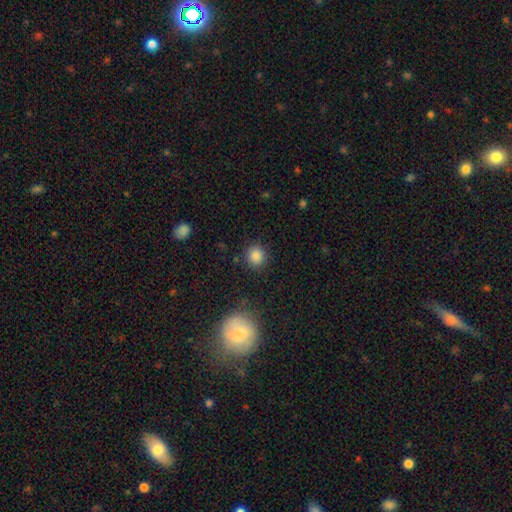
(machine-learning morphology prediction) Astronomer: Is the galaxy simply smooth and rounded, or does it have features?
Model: smooth — 85%.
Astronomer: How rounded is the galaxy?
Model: round — 88%.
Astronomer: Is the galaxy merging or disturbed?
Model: none — 88%.